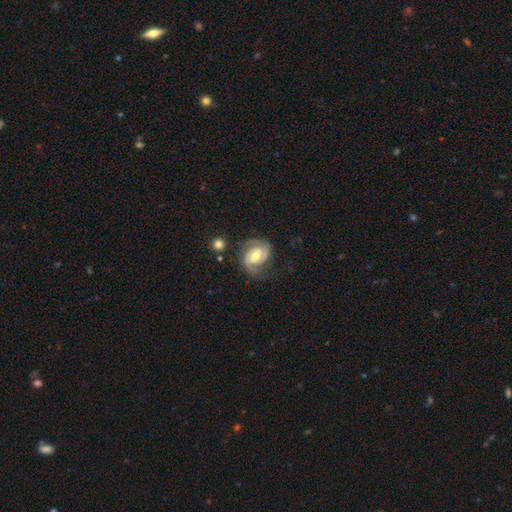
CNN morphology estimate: featured or disk 86%, smooth 9%, star or artifact 5%. Down the decision tree: edge-on disk — no (98%); bar — weak (48%); spiral arms — yes (96%); spiral arm count — 2 (86%); spiral winding — tight (51%); bulge size — moderate (67%); merging — none (70%).